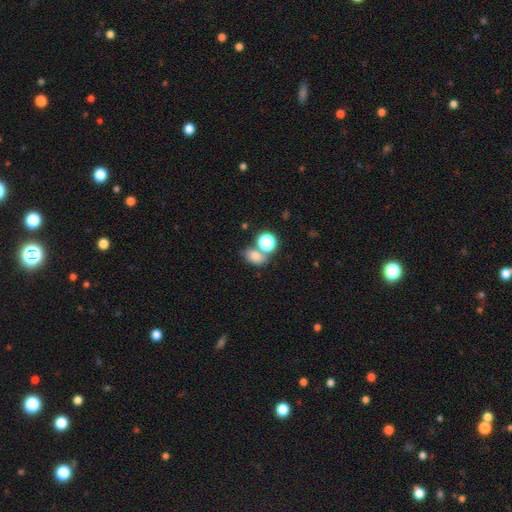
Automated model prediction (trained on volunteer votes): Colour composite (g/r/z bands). It shows a smooth galaxy with no disk features (72%) that is in between round and cigar-shaped (65%). Merging: none (52%).